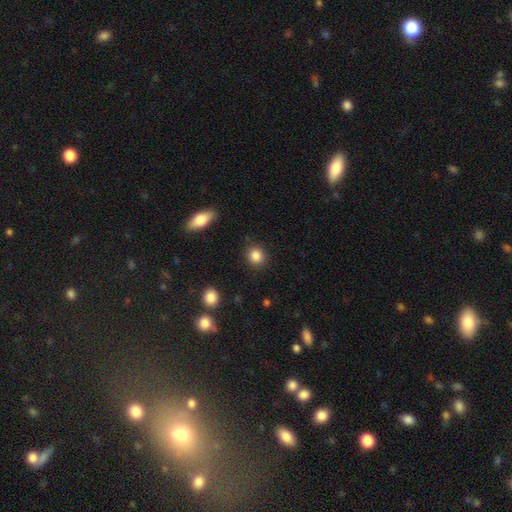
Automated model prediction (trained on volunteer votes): smooth_or_featured: smooth (p=0.86) [alt: star or artifact p=0.10]
how_rounded: round (p=0.82) [alt: in between p=0.17]
merging: none (p=0.89) [alt: minor disturbance p=0.07]